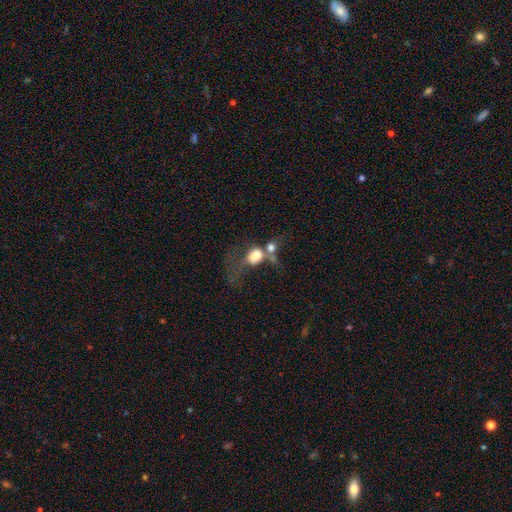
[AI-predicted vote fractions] Q: Smooth or featured?
A: smooth (65%); runner-up: featured or disk (23%)
Q: How rounded?
A: in between (58%); runner-up: round (40%)
Q: Merging?
A: merger (55%); runner-up: major disturbance (25%)